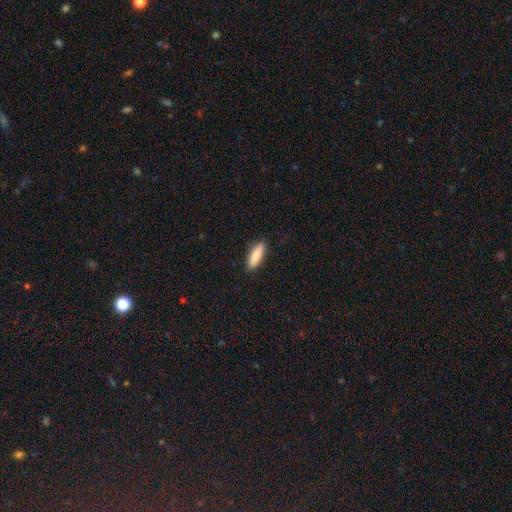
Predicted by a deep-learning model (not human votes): A smooth galaxy with no disk features (88%) that is in between round and cigar-shaped (54%).

Vote fractions:
- Smooth or featured? smooth: 88% / featured or disk: 7% / star or artifact: 6%
- How rounded? in between: 54% / cigar-shaped: 44% / round: 2%
- Merging? none: 88% / minor disturbance: 9% / major disturbance: 2% / merger: 1%